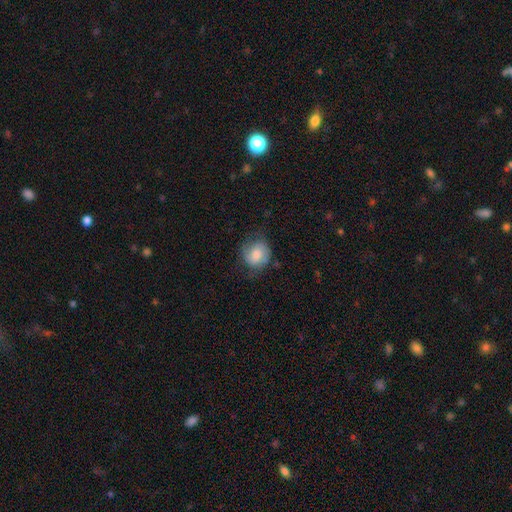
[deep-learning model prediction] A smooth galaxy with no disk features (59%) that is round (61%). Merging: none (60%).